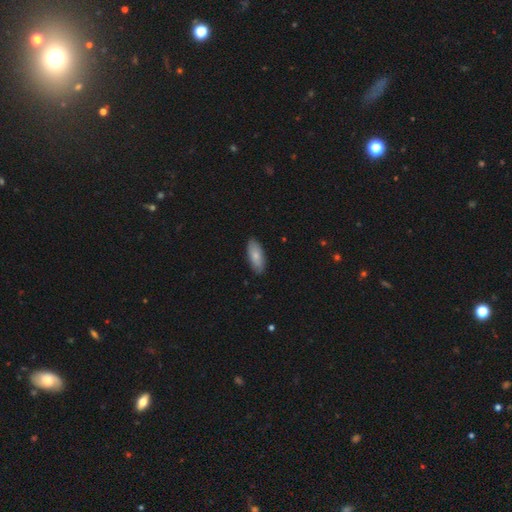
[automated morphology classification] Q: Smooth or featured?
A: smooth (78%); runner-up: featured or disk (16%)
Q: How rounded?
A: in between (84%); runner-up: cigar-shaped (14%)
Q: Merging?
A: none (87%); runner-up: minor disturbance (11%)